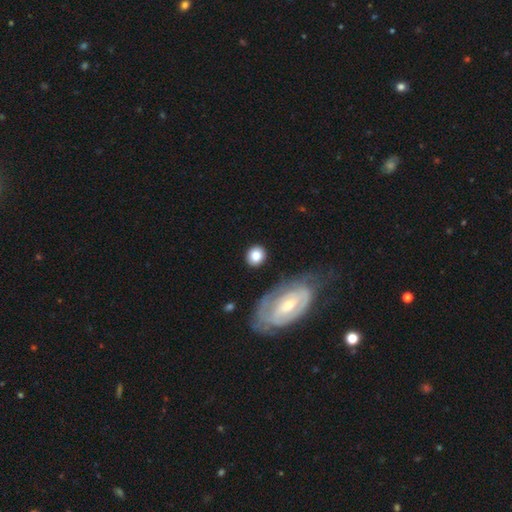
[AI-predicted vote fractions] smooth 77%, featured or disk 17%, star or artifact 7%. Down the decision tree: how rounded — round (77%); merging — none (82%).